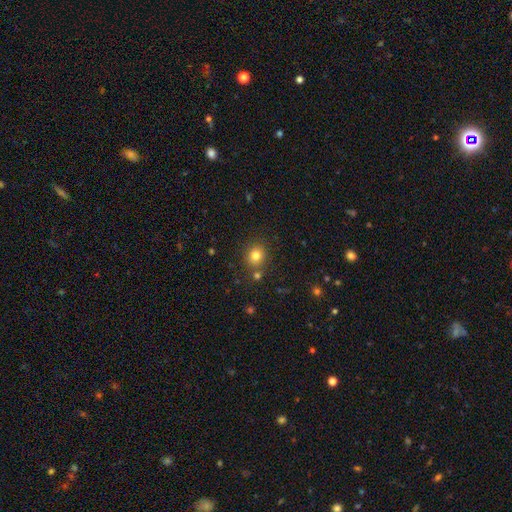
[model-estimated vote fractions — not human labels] Smooth or featured?
  - smooth: 79% *
  - star or artifact: 14%
  - featured or disk: 7%
How rounded?
  - round: 81% *
  - in between: 18%
  - cigar-shaped: 1%
Merging?
  - none: 78% *
  - merger: 9%
  - minor disturbance: 9%
  - major disturbance: 3%